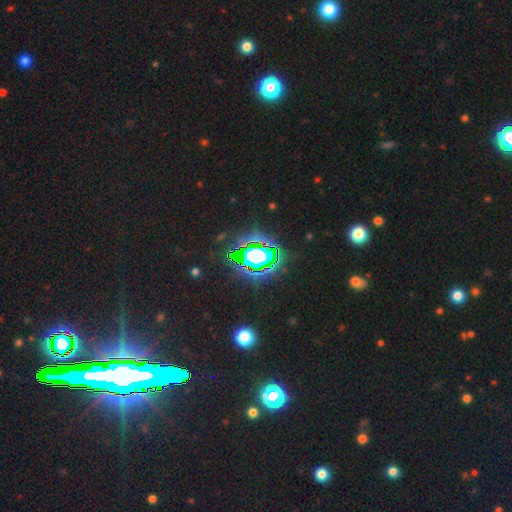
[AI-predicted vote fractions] Smooth or featured?
  - star or artifact: 68% *
  - smooth: 17%
  - featured or disk: 15%